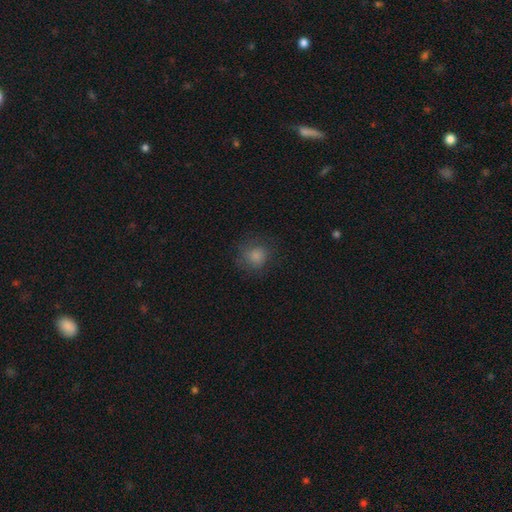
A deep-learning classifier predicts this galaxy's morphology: type=smooth (83%); roundness=round (88%); merging=none (78%).